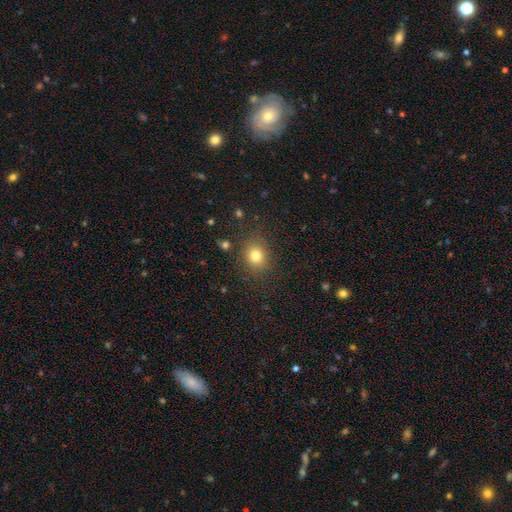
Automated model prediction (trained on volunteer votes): smooth 79%, star or artifact 13%, featured or disk 7%. Down the decision tree: how rounded — round (66%); merging — none (84%).